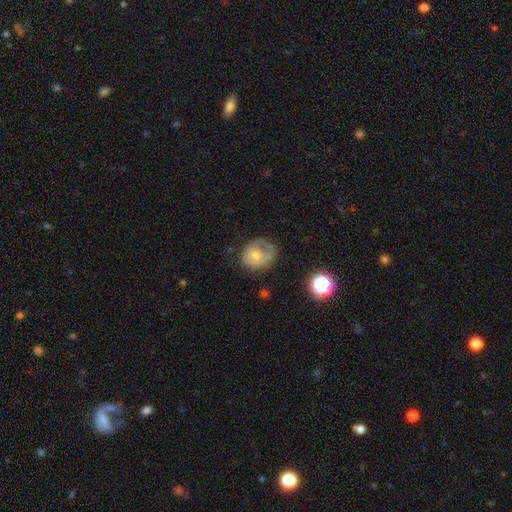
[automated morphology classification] Q: Smooth or featured?
A: smooth (45%); tied with: featured or disk (45%)
Q: Merging?
A: none (51%); runner-up: minor disturbance (27%)